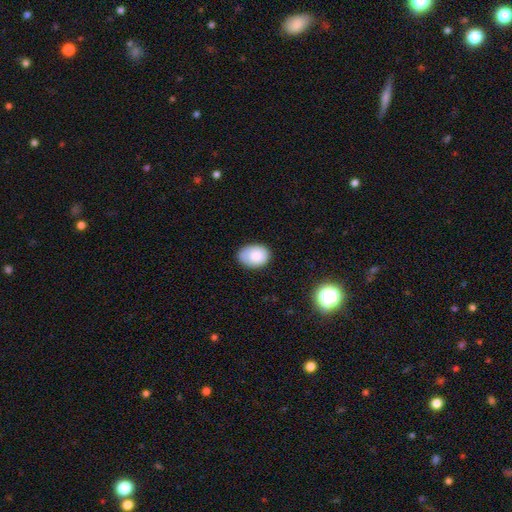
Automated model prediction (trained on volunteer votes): Q: Smooth or featured?
A: smooth (85%); runner-up: star or artifact (8%)
Q: How rounded?
A: in between (75%); runner-up: round (24%)
Q: Merging?
A: none (75%); runner-up: minor disturbance (20%)